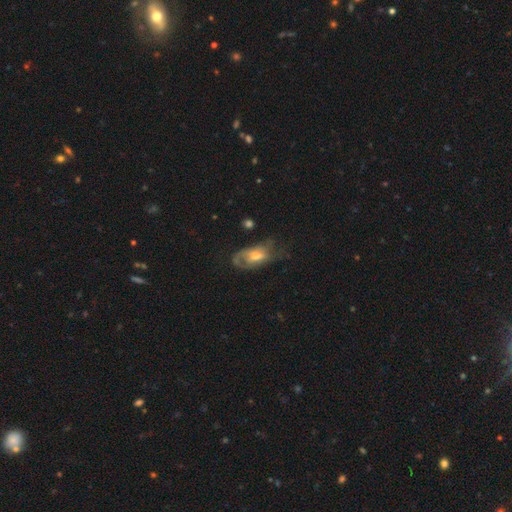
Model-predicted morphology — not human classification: smooth_or_featured: featured or disk (p=0.57) [alt: smooth p=0.35]
disk_edge_on: no (p=0.91) [alt: yes p=0.09]
bar: no (p=0.63) [alt: weak p=0.31]
has_spiral_arms: yes (p=0.66) [alt: no p=0.34]
bulge_size: moderate (p=0.58) [alt: small p=0.27]
merging: none (p=0.43) [alt: minor disturbance p=0.27]